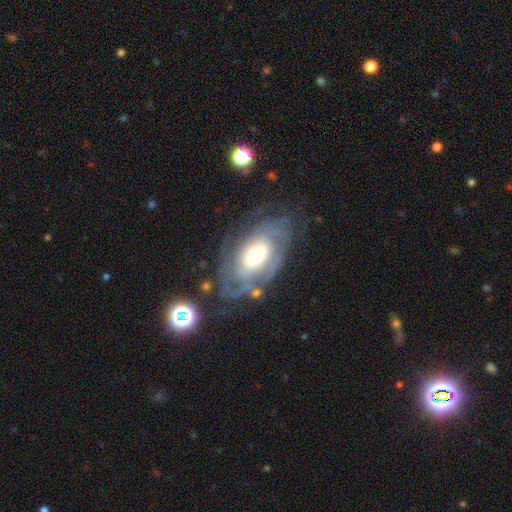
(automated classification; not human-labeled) Smooth or featured? featured or disk (80%)
Edge-on disk? no (94%)
Bar? no (61%)
Spiral arms? yes (89%)
Spiral winding? tight (66%)
Spiral arm count? can't tell (50%)
Bulge size? moderate (53%)
Merging? none (65%)